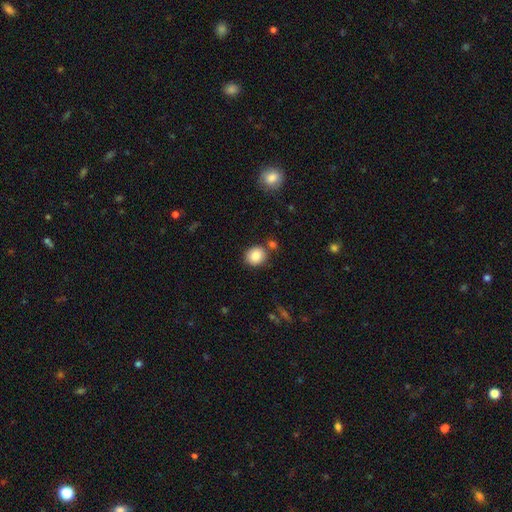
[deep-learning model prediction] The model was most divided on "how rounded": round: 80%, in between: 19%, cigar-shaped: 1%. More confident: smooth or featured — smooth (85%); merging — none (78%).